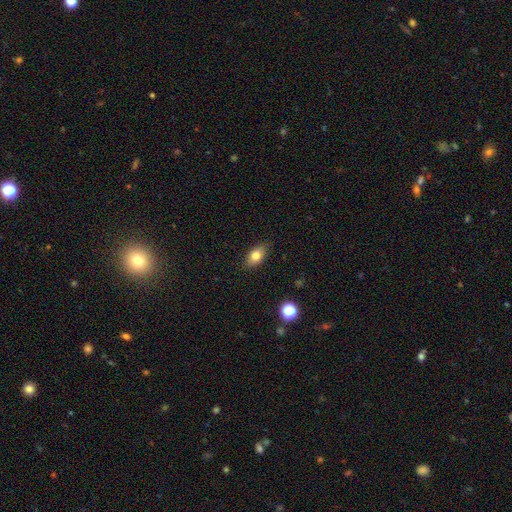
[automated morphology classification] The model was most divided on "smooth or featured": smooth: 78%, featured or disk: 13%, star or artifact: 9%. More confident: merging — none (86%); how rounded — in between (84%).